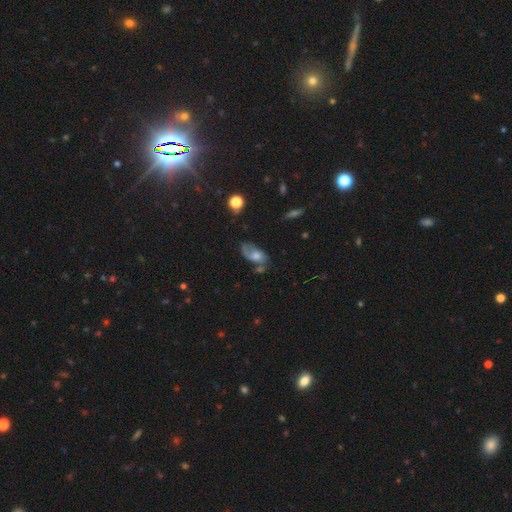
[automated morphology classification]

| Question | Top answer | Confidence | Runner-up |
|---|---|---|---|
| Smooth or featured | featured or disk | 57% | smooth (32%) |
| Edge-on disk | no | 93% | yes (7%) |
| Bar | no | 73% | weak (23%) |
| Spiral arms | yes | 78% | no (22%) |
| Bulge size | moderate | 53% | small (26%) |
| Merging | none | 40% | minor disturbance (26%) |